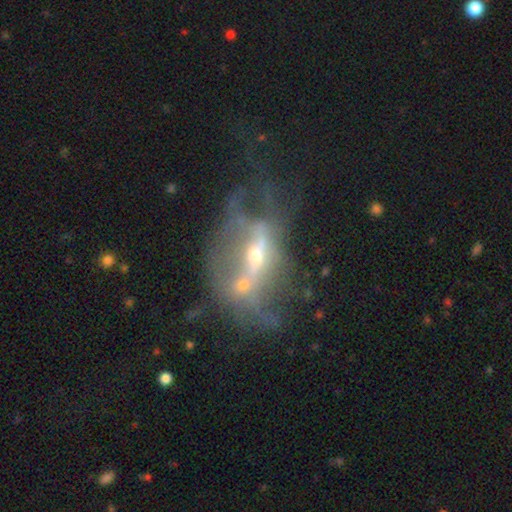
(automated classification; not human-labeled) Smooth or featured?
  - featured or disk: 67% *
  - smooth: 20%
  - star or artifact: 13%
Edge-on disk?
  - no: 85% *
  - yes: 15%
Bar?
  - no: 58% *
  - weak: 23%
  - strong: 19%
Spiral arms?
  - no: 72% *
  - yes: 28%
Bulge size?
  - small: 48% *
  - moderate: 44%
  - large: 4%
  - none: 3%
  - dominant: 2%
Merging?
  - merger: 37% *
  - major disturbance: 29%
  - none: 20%
  - minor disturbance: 13%